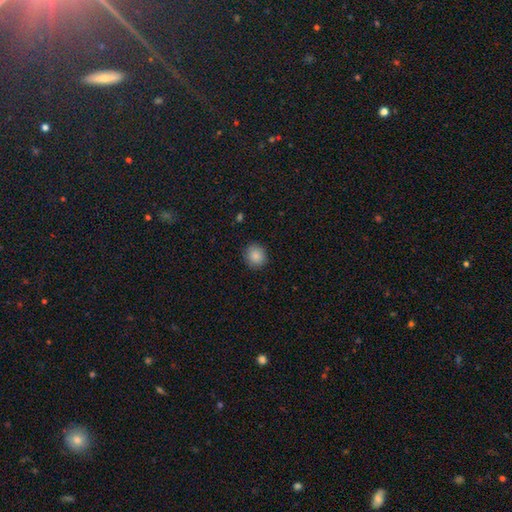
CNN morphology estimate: Smooth or featured? smooth (87%)
How rounded? round (81%)
Merging? none (88%)